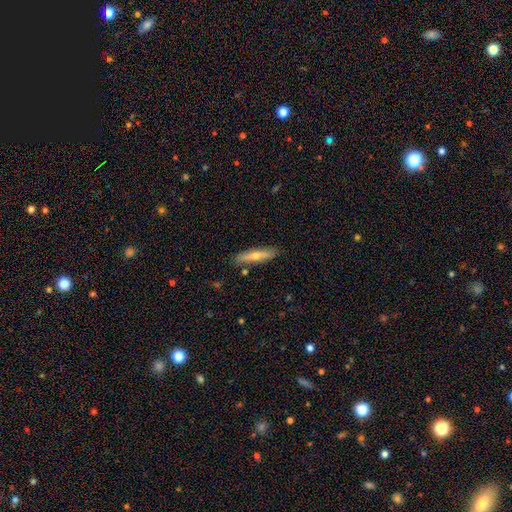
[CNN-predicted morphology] Smooth or featured? Predicted: smooth (p=0.54). How rounded? Predicted: cigar-shaped (p=0.82). Merging? Predicted: none (p=0.87).